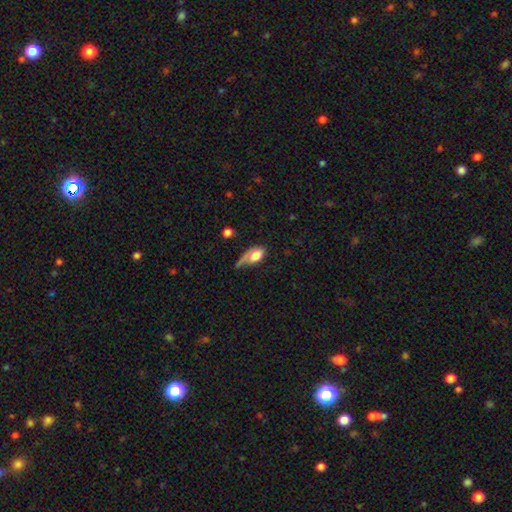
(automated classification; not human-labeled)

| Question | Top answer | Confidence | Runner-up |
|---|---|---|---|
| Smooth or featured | smooth | 68% | featured or disk (24%) |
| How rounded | in between | 86% | round (7%) |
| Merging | major disturbance | 34% | none (27%) |